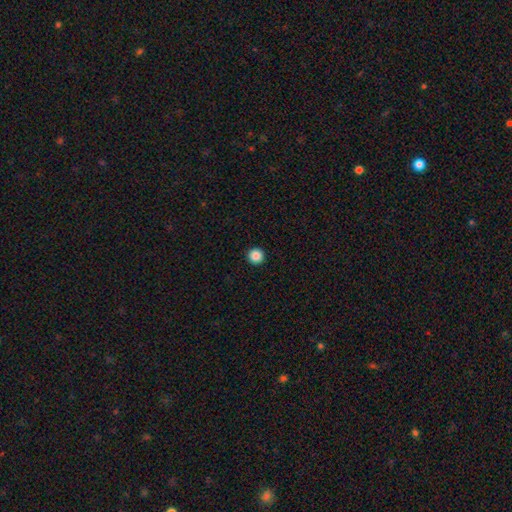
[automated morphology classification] Smooth or featured? Predicted: smooth (p=0.87). How rounded? Predicted: round (p=0.97). Merging? Predicted: none (p=0.94).